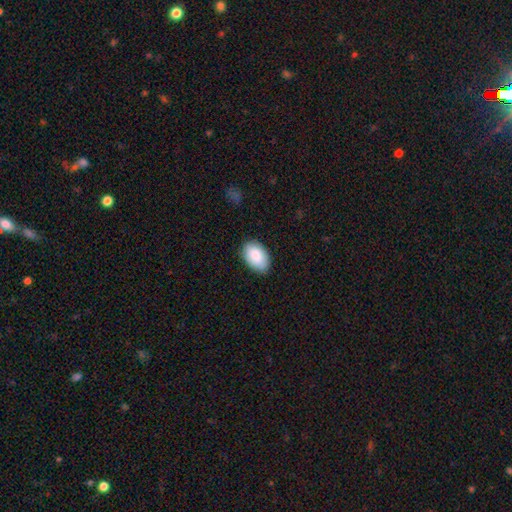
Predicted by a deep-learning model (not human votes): This appears to be a smooth galaxy with no disk features (85%) that is in between round and cigar-shaped (92%). Merging: none (83%).